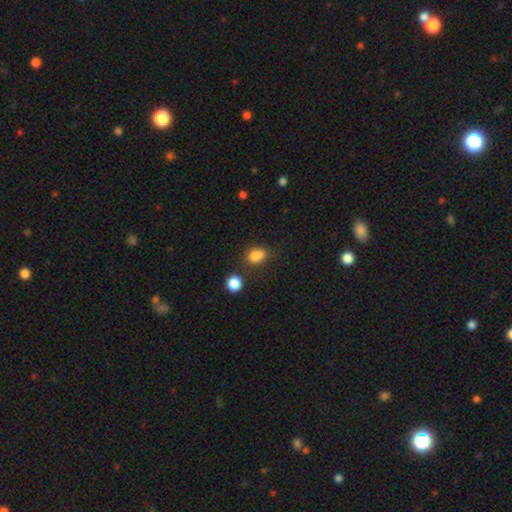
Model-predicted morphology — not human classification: Overall: smooth (80%). How rounded: in between (60%; round 38%). Merging: none (54%; minor disturbance 20%).